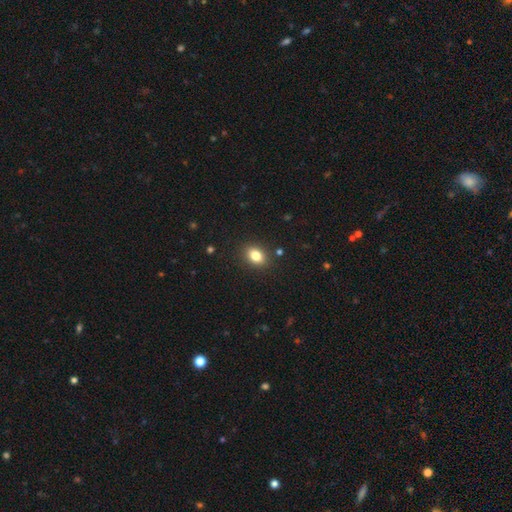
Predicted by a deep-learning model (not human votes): A smooth galaxy with no disk features (82%) that is in between round and cigar-shaped (67%).

Vote fractions:
- Smooth or featured? smooth: 82% / star or artifact: 10% / featured or disk: 8%
- How rounded? in between: 67% / round: 31% / cigar-shaped: 1%
- Merging? none: 88% / minor disturbance: 8% / major disturbance: 2% / merger: 2%